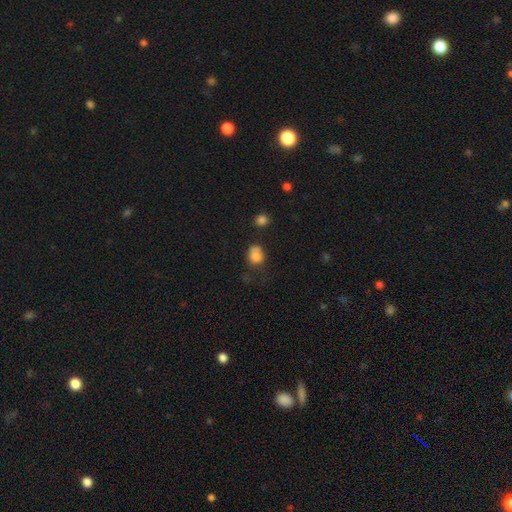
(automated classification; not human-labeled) A smooth galaxy with no disk features (79%) that is round (62%). Merging: none (44%).